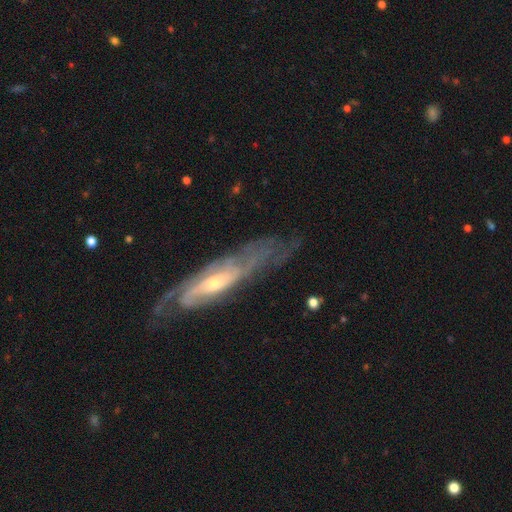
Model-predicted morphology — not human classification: featured or disk 83%, smooth 10%, star or artifact 7%. Down the decision tree: edge-on disk — no (71%); bar — no (46%); spiral arms — yes (91%); spiral arm count — can't tell (43%); spiral winding — tight (53%); bulge size — small (53%); merging — none (73%).